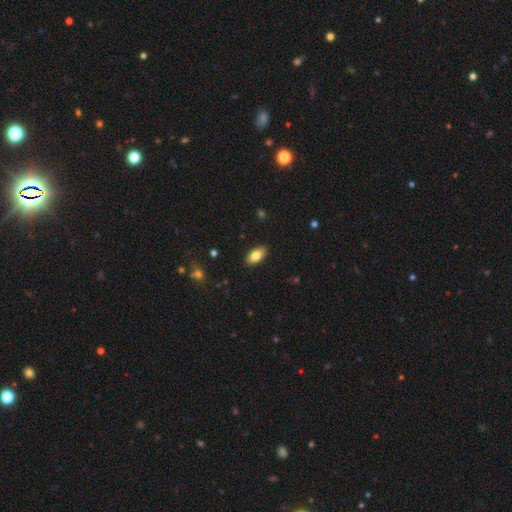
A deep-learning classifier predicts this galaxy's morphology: Smooth or featured? smooth (79%)
How rounded? in between (90%)
Merging? none (88%)